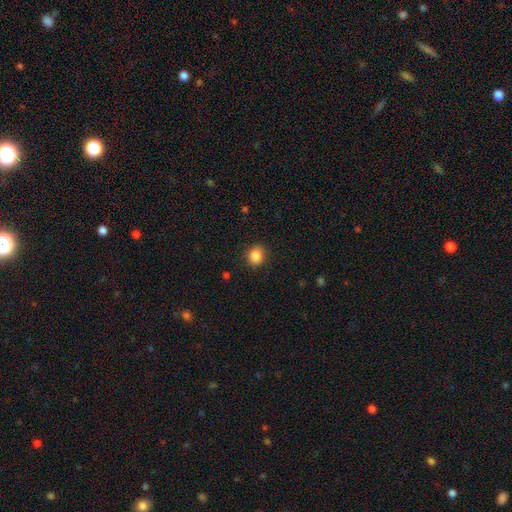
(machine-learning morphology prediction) Smooth or featured: smooth — 86% (star or artifact — 10%)
How rounded: round — 79% (in between — 20%)
Merging: none — 89% (minor disturbance — 8%)